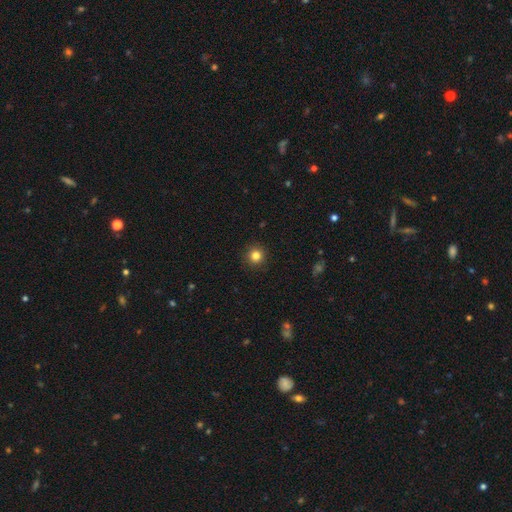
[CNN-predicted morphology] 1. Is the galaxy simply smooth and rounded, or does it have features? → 83% smooth, 12% star or artifact, 5% featured or disk.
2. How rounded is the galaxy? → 95% round, 4% in between, 1% cigar-shaped.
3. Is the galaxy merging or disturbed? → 92% none, 5% minor disturbance, 2% major disturbance, 1% merger.